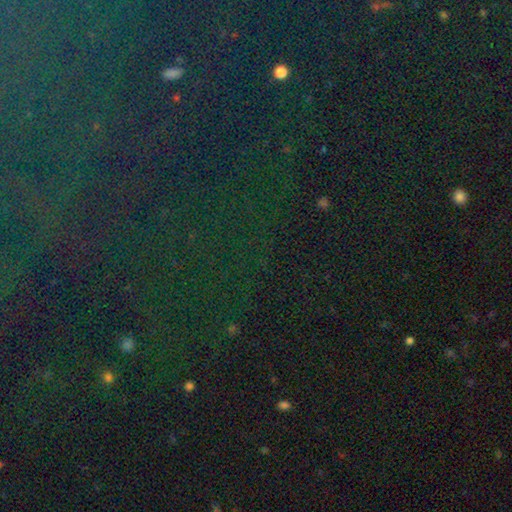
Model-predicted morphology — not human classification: The model was most divided on "smooth or featured": star or artifact: 83%, smooth: 9%, featured or disk: 7%.